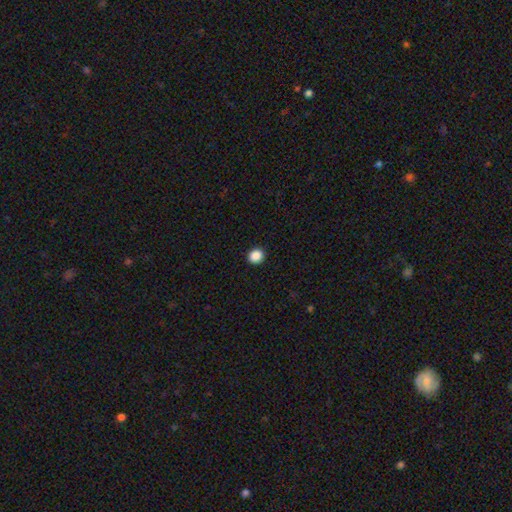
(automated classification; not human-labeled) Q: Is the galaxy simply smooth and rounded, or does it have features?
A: smooth — 88%.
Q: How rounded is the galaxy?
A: round — 81%.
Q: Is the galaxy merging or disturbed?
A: none — 93%.